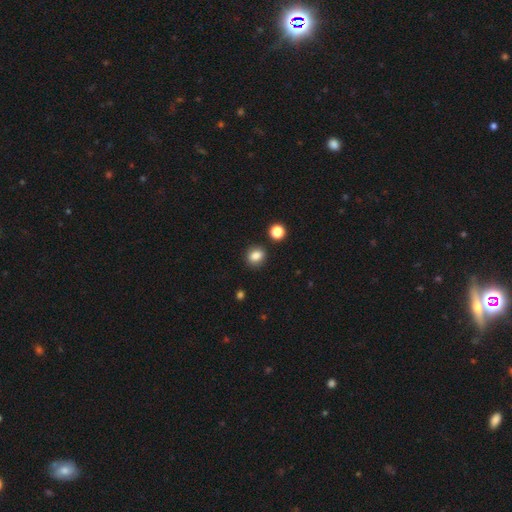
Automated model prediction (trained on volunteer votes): Smooth or featured? Predicted: smooth (p=0.85). How rounded? Predicted: round (p=0.53). Merging? Predicted: none (p=0.84).